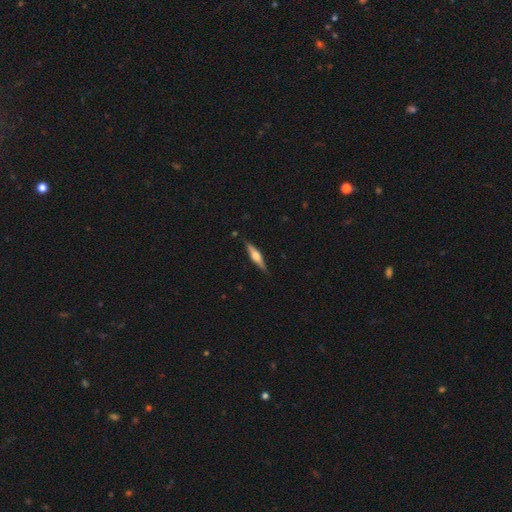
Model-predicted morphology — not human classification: type=featured or disk (65%); edge-on=yes (97%); edge-on bulge=rounded (87%); merging=none (86%).